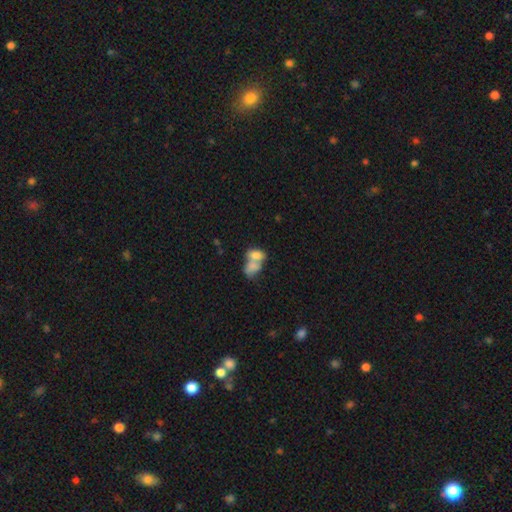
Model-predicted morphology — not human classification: A smooth galaxy with no disk features (73%) that is in between round and cigar-shaped (82%). Merging: merger (71%).